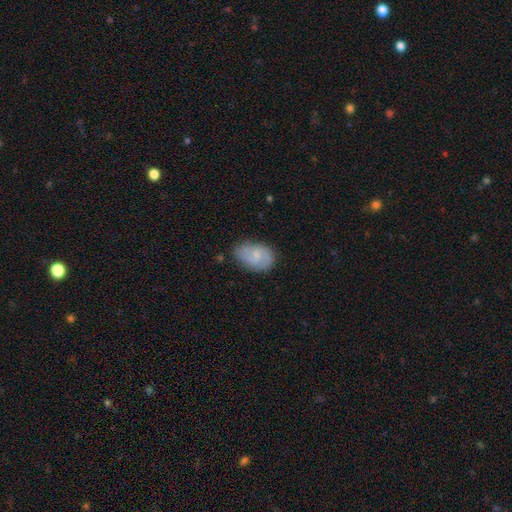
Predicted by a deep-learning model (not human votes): A featured or disk galaxy (60%) with no bar (49%), 2 (76%) medium (48%) spiral arms (89%) and a small central bulge (51%). Merging: none (71%).